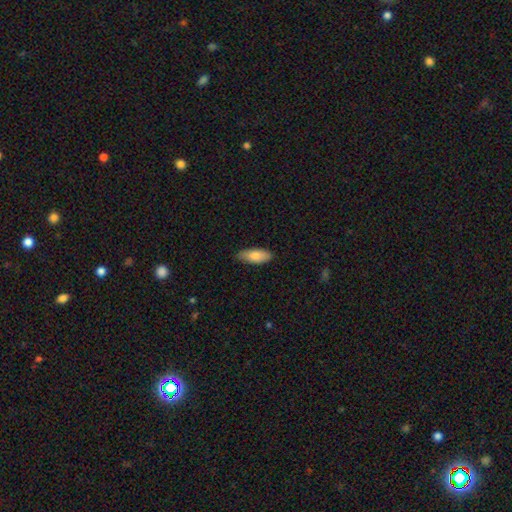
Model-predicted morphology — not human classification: Smooth or featured?
  - smooth: 82% *
  - featured or disk: 13%
  - star or artifact: 6%
How rounded?
  - in between: 79% *
  - cigar-shaped: 19%
  - round: 2%
Merging?
  - none: 81% *
  - minor disturbance: 16%
  - major disturbance: 2%
  - merger: 1%